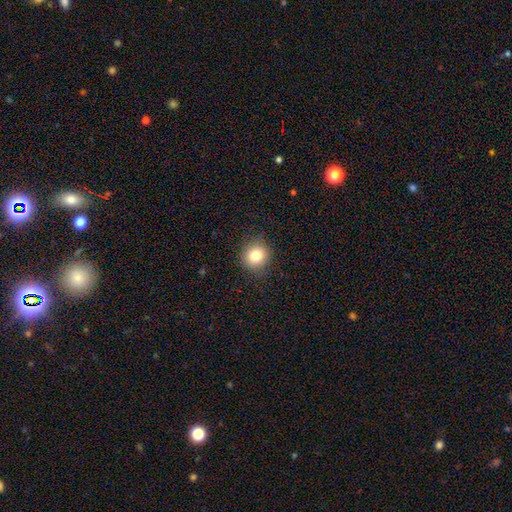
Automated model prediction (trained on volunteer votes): smooth 81%, star or artifact 11%, featured or disk 8%. Down the decision tree: how rounded — round (88%); merging — none (89%).